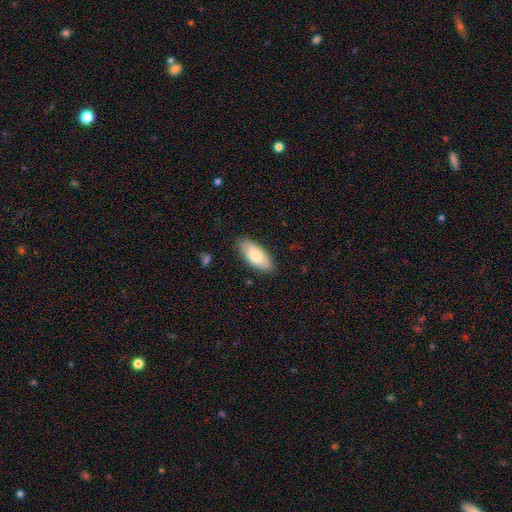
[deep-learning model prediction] smooth-or-featured: smooth: 78% | featured or disk: 16% | star or artifact: 6%
  how-rounded: in between: 84% | cigar-shaped: 14% | round: 2%
  merging: none: 85% | minor disturbance: 12% | major disturbance: 2% | merger: 1%